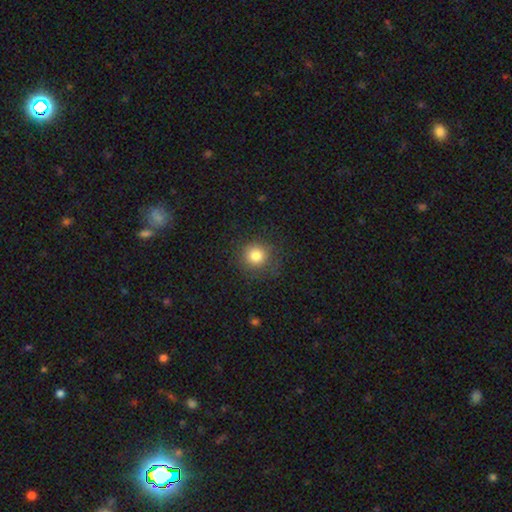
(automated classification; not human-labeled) This appears to be a smooth galaxy with no disk features (82%) that is round (92%). Merging: none (84%).